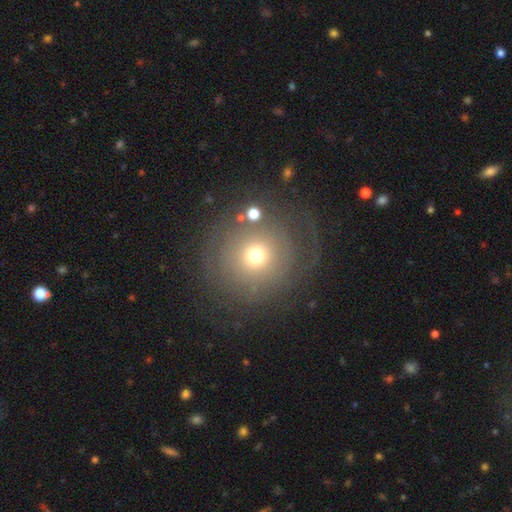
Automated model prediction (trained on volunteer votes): A smooth galaxy with no disk features (44%). Merging: none (69%).